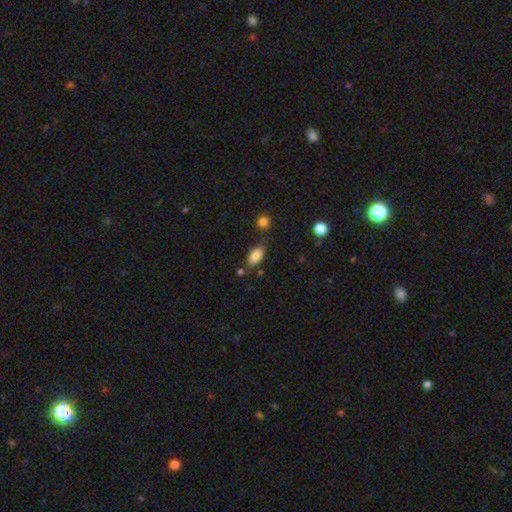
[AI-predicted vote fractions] smooth_or_featured: smooth (p=0.83) [alt: featured or disk p=0.09]
how_rounded: in between (p=0.90) [alt: round p=0.05]
merging: none (p=0.68) [alt: minor disturbance p=0.19]